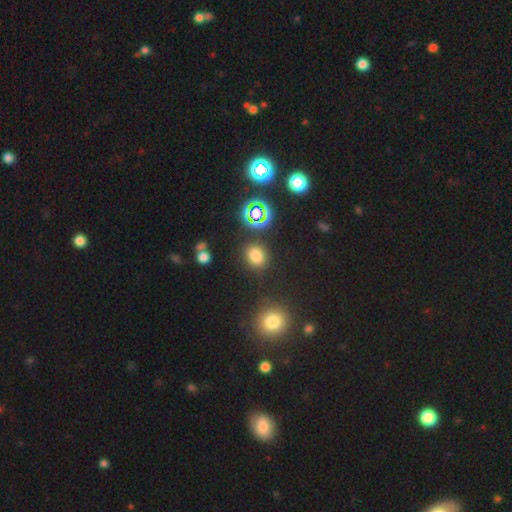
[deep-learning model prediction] A smooth galaxy with no disk features (71%) that is round (58%).

Vote fractions:
- Smooth or featured? smooth: 71% / star or artifact: 22% / featured or disk: 6%
- How rounded? round: 58% / in between: 40% / cigar-shaped: 2%
- Merging? none: 84% / minor disturbance: 9% / major disturbance: 3% / merger: 3%